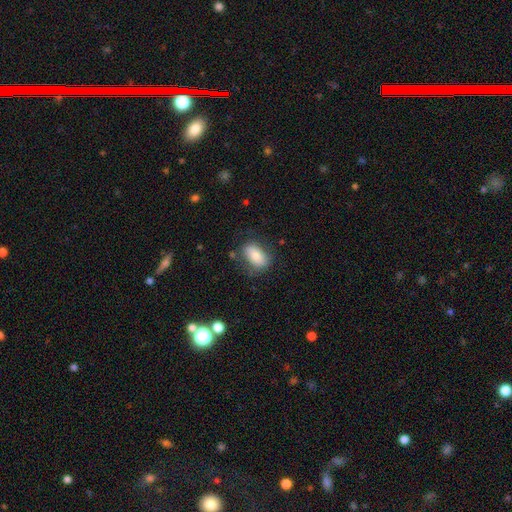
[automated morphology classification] A smooth galaxy with no disk features (76%) that is in between round and cigar-shaped (90%). Merging: none (73%).